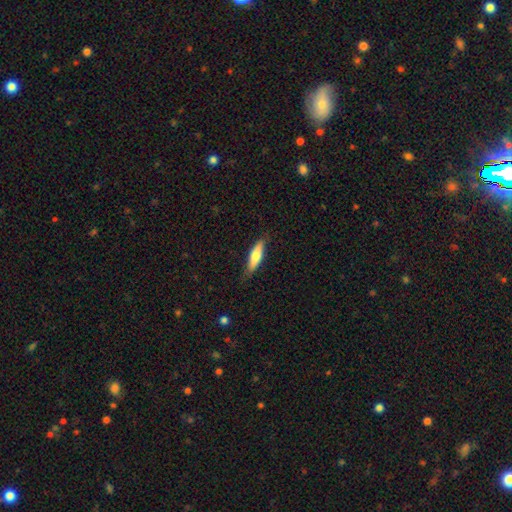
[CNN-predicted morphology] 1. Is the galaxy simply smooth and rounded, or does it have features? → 67% smooth, 27% featured or disk, 6% star or artifact.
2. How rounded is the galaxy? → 63% cigar-shaped, 35% in between, 2% round.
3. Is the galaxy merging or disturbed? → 79% none, 17% minor disturbance, 3% major disturbance, 1% merger.